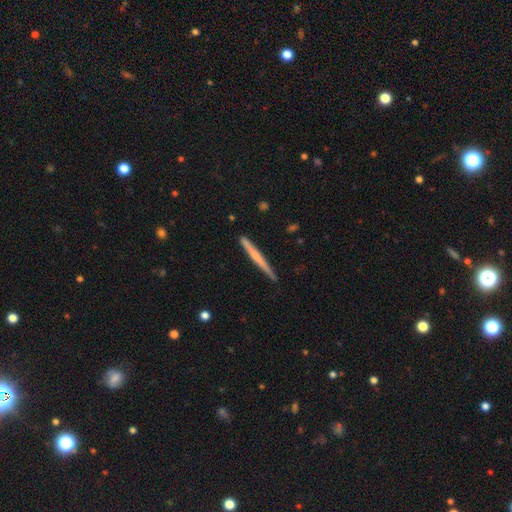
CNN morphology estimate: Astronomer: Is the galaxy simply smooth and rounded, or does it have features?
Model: smooth — 50% (runner-up: featured or disk, 45%).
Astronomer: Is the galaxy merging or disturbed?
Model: none — 87%.